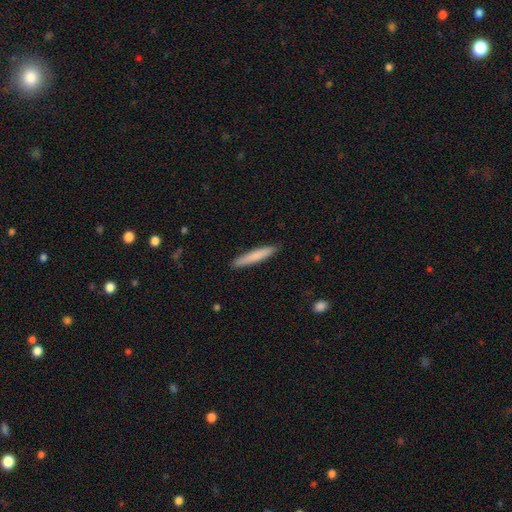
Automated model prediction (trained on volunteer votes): Smooth or featured: smooth — 78% (featured or disk — 17%)
How rounded: cigar-shaped — 94% (in between — 5%)
Merging: none — 90% (minor disturbance — 7%)